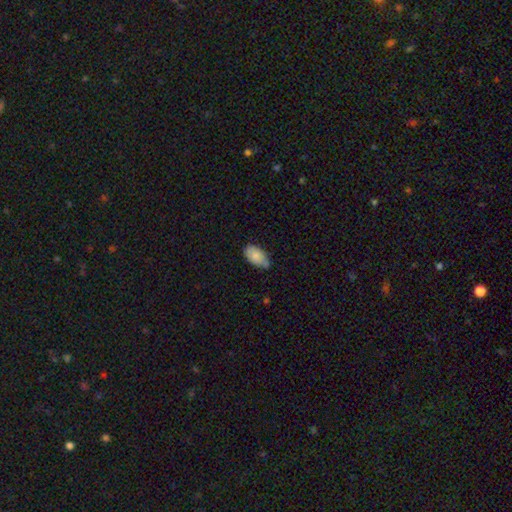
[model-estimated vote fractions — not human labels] smooth 84%, featured or disk 10%, star or artifact 7%. Down the decision tree: how rounded — in between (94%); merging — none (55%).